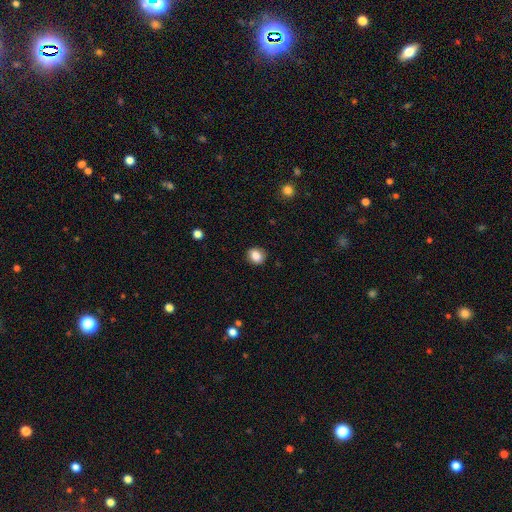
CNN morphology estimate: smooth_or_featured: smooth (p=0.84) [alt: star or artifact p=0.09]
how_rounded: round (p=0.73) [alt: in between p=0.27]
merging: none (p=0.90) [alt: minor disturbance p=0.07]